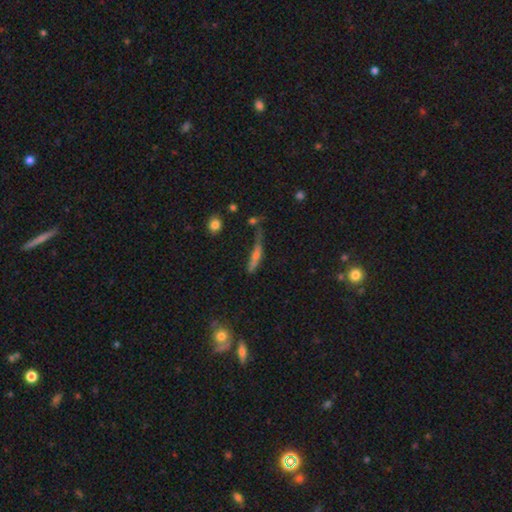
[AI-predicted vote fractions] Smooth or featured?
  - smooth: 44% *
  - featured or disk: 40%
  - star or artifact: 16%
Merging?
  - none: 50% *
  - minor disturbance: 24%
  - major disturbance: 16%
  - merger: 10%